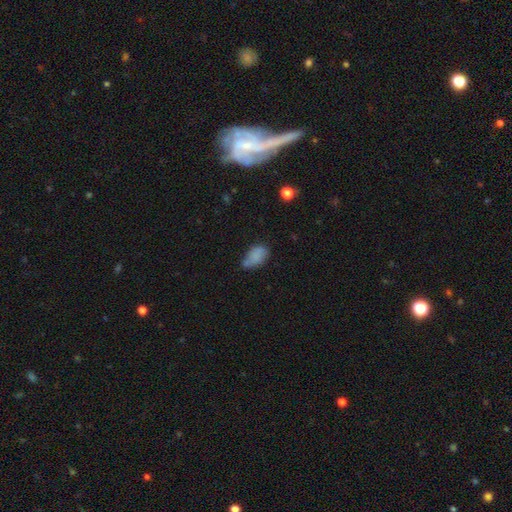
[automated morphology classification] A smooth galaxy with no disk features (77%) that is in between round and cigar-shaped (89%).

Vote fractions:
- Smooth or featured? smooth: 77% / featured or disk: 13% / star or artifact: 10%
- How rounded? in between: 89% / round: 9% / cigar-shaped: 3%
- Merging? none: 43% / minor disturbance: 35% / major disturbance: 12% / merger: 11%